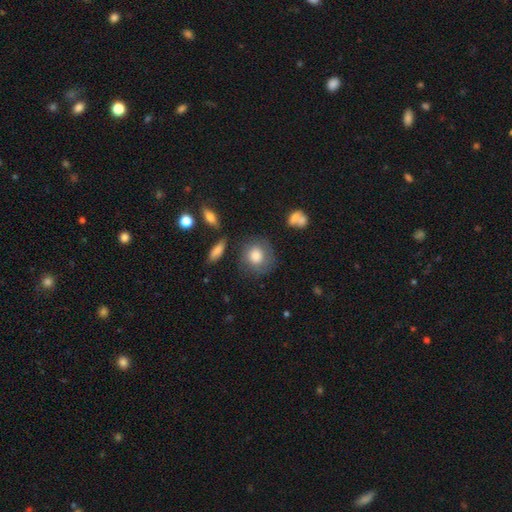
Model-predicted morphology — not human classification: The model was most divided on "merging": none: 67%, minor disturbance: 20%, major disturbance: 9%, merger: 4%. More confident: how rounded — round (80%); smooth or featured — smooth (74%).